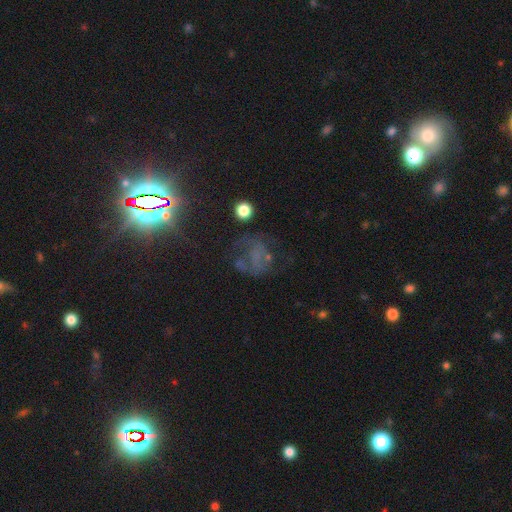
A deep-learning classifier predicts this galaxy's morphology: This is marginally a star or artifact rather than a galaxy (41%).